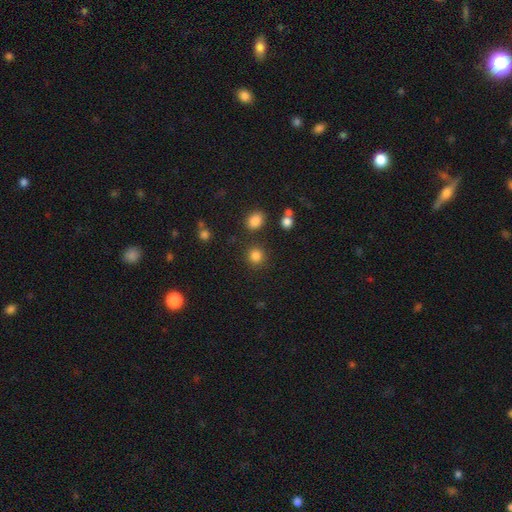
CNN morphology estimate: This is clearly a smooth galaxy (83%). How rounded: clearly round (90%). Merging: clearly none (85%).